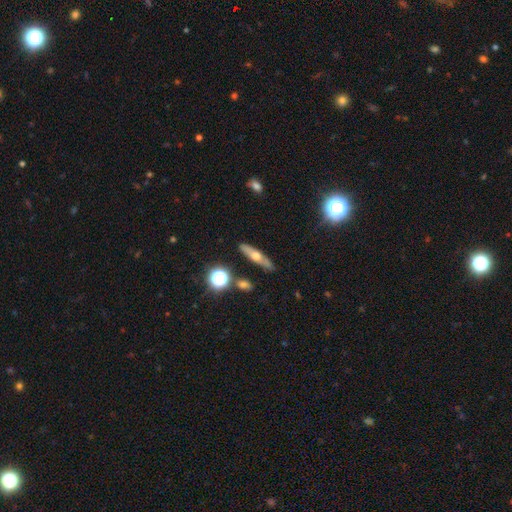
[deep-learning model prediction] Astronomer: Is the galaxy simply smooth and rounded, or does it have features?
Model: featured or disk — 48% (runner-up: smooth, 41%).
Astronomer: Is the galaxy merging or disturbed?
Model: none — 84%.